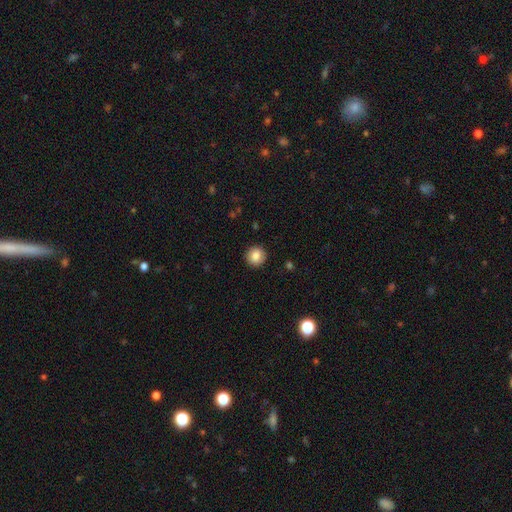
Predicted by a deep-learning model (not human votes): Overall: smooth (85%). How rounded: round (93%). Merging: none (91%).